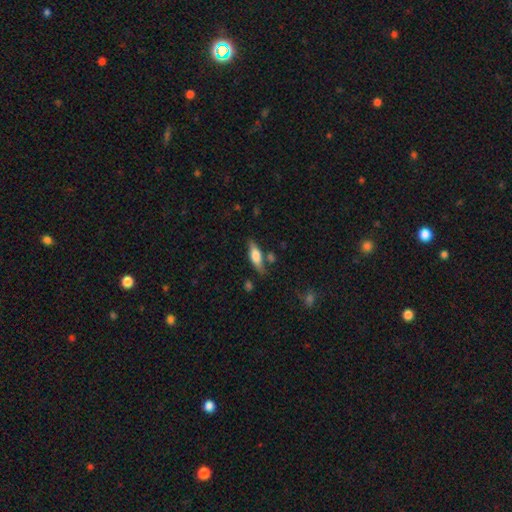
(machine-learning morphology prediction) Overall: smooth (58%; featured or disk 36%). How rounded: cigar-shaped (49%; in between 48%). Merging: none (72%).